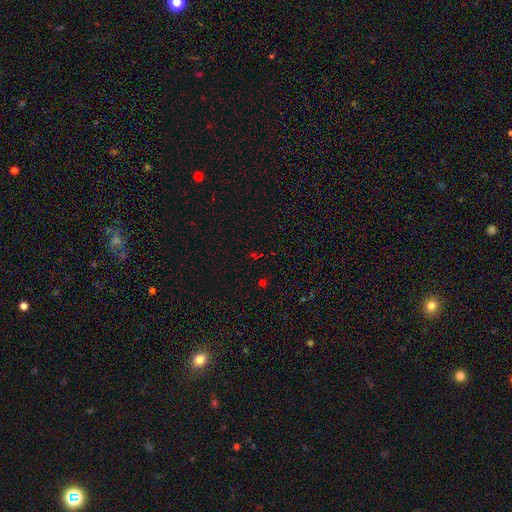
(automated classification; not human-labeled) The model was most divided on "smooth or featured": star or artifact: 65%, smooth: 27%, featured or disk: 8%.